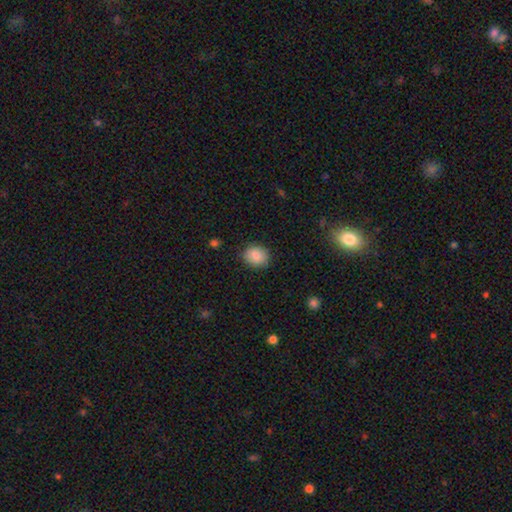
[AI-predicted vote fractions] Smooth or featured? smooth (88%)
How rounded? round (61%)
Merging? none (86%)